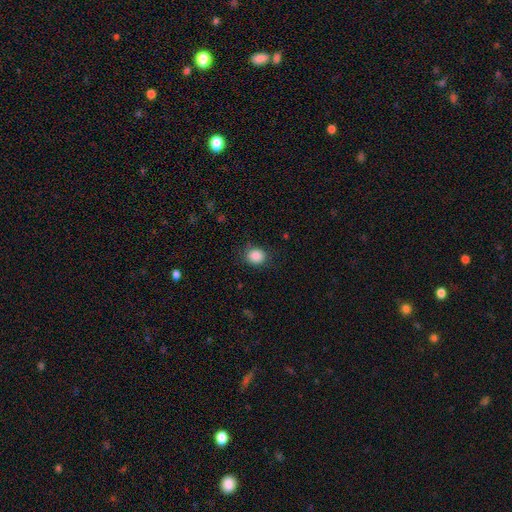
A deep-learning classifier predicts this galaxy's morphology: Smooth or featured? smooth (87%)
How rounded? round (70%)
Merging? none (82%)